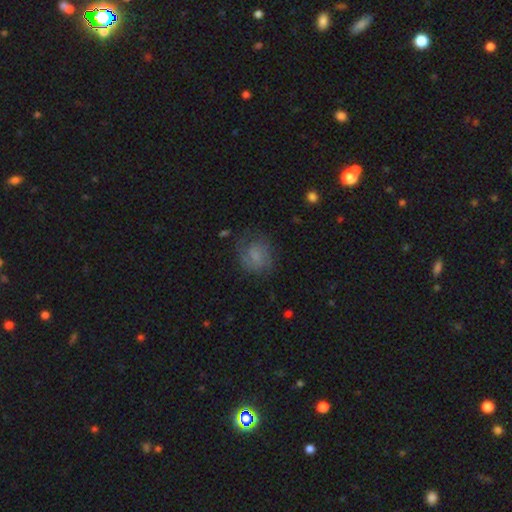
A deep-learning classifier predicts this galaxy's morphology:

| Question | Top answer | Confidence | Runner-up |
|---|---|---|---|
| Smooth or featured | smooth | 47% | featured or disk (43%) |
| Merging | none | 63% | minor disturbance (21%) |